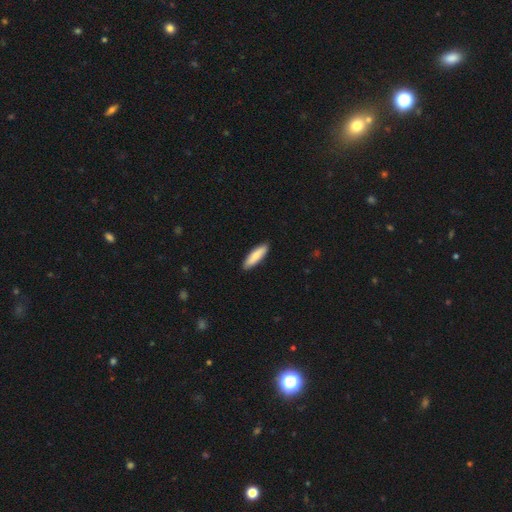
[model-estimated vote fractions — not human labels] smooth 80%, featured or disk 15%, star or artifact 5%. Down the decision tree: how rounded — cigar-shaped (63%); merging — none (90%).